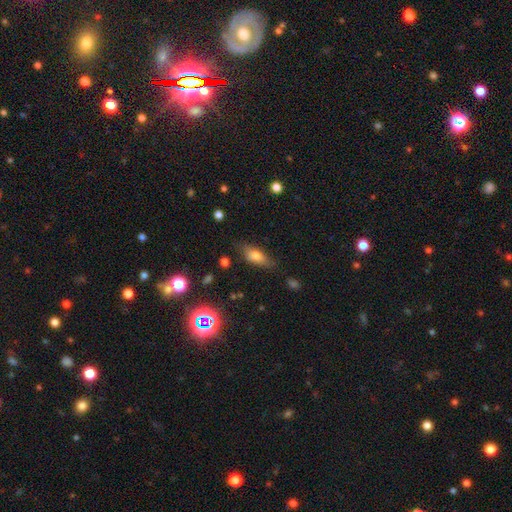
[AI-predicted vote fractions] smooth-or-featured: smooth: 70% | featured or disk: 19% | star or artifact: 10%
  how-rounded: in between: 73% | cigar-shaped: 22% | round: 5%
  merging: none: 72% | minor disturbance: 20% | major disturbance: 5% | merger: 2%